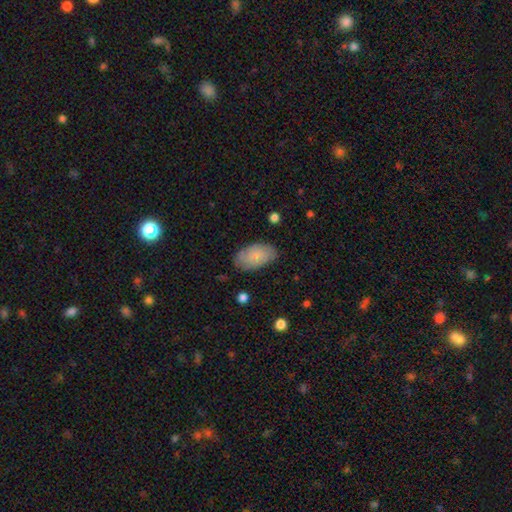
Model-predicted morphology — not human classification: This appears to be a smooth galaxy with no disk features (71%) that is in between round and cigar-shaped (94%). Merging: none (77%).